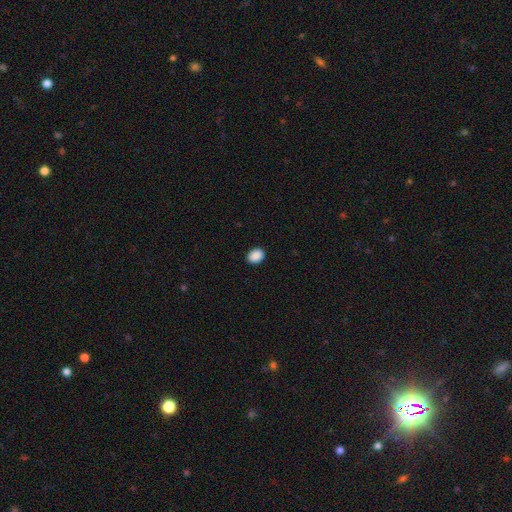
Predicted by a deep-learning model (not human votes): Morphology: type=smooth (90%); roundness=in between (69%); merging=none (90%).